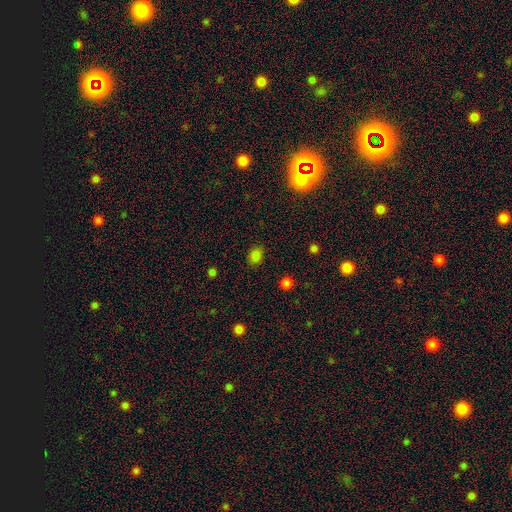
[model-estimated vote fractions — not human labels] Morphology: type=smooth (80%); roundness=in between (55%); merging=none (85%).